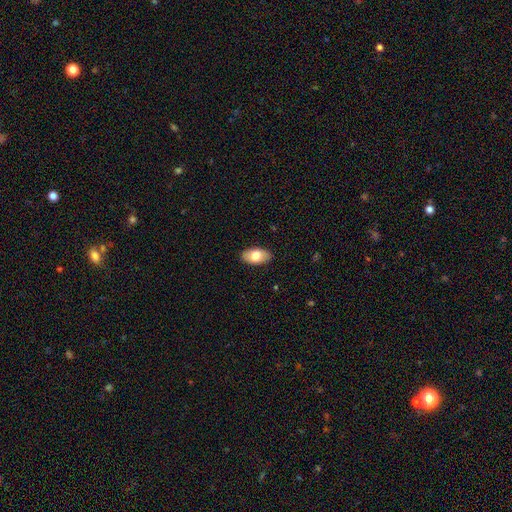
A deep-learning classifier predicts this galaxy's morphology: Overall: smooth (77%). How rounded: in between (94%). Merging: none (88%).